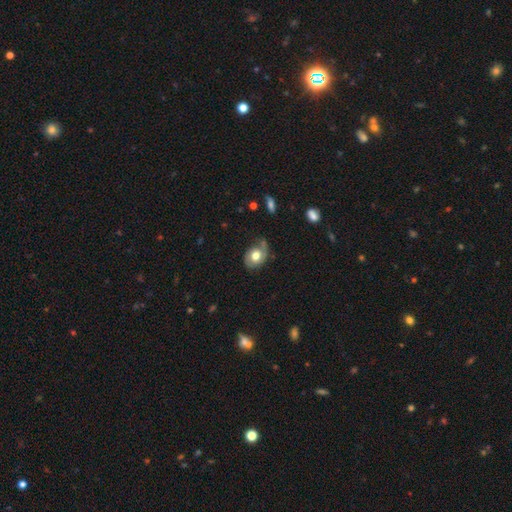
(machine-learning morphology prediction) Smooth or featured?
  - smooth: 52% *
  - featured or disk: 40%
  - star or artifact: 8%
How rounded?
  - in between: 59% *
  - round: 40%
  - cigar-shaped: 1%
Merging?
  - none: 52% *
  - minor disturbance: 29%
  - major disturbance: 14%
  - merger: 4%